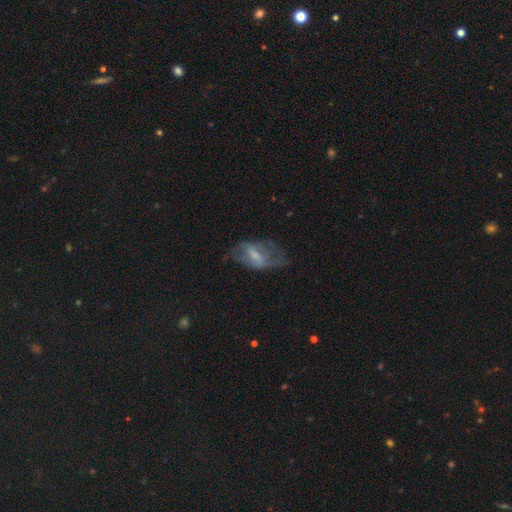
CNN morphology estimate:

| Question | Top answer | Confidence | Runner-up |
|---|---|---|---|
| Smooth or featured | featured or disk | 53% | smooth (39%) |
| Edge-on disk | no | 93% | yes (7%) |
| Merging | none | 43% | major disturbance (28%) |